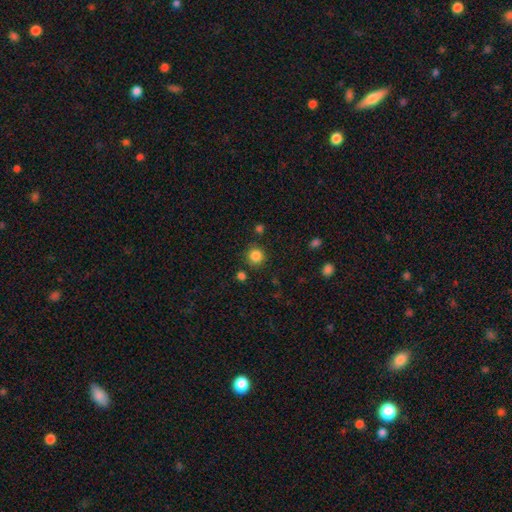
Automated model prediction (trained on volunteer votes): Overall: smooth (85%). How rounded: round (93%). Merging: none (85%).